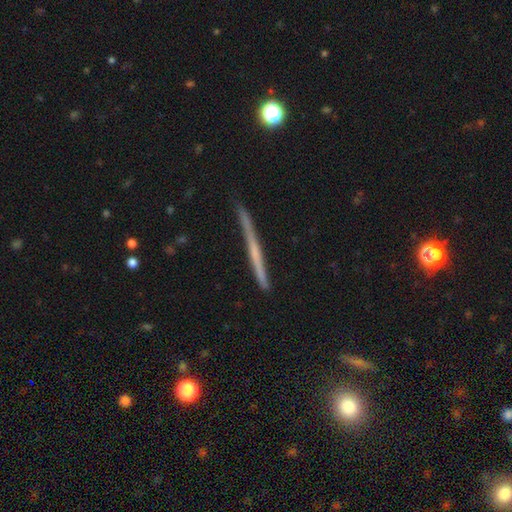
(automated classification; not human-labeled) A featured or disk galaxy (58%) viewed edge-on (97%) with no central bulge (81%). Merging: none (84%).